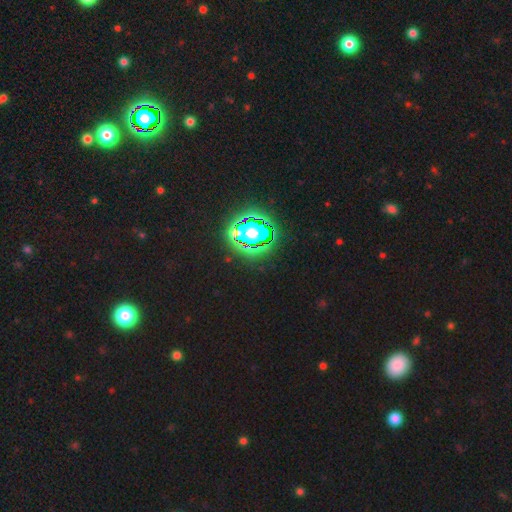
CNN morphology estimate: A star or artifact, not a galaxy (73%).